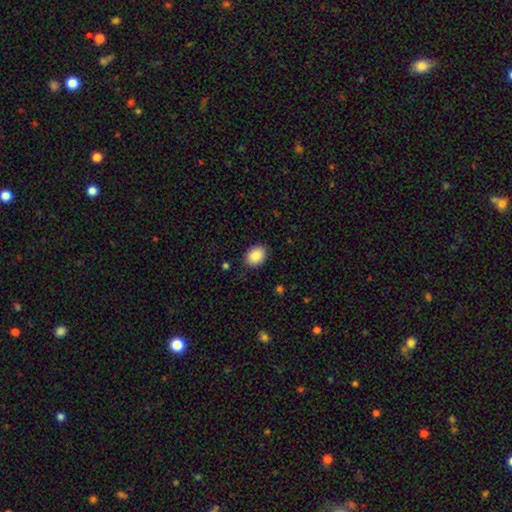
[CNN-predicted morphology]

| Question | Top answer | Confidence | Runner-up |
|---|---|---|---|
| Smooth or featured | smooth | 88% | star or artifact (8%) |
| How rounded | in between | 59% | round (40%) |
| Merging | none | 85% | minor disturbance (11%) |